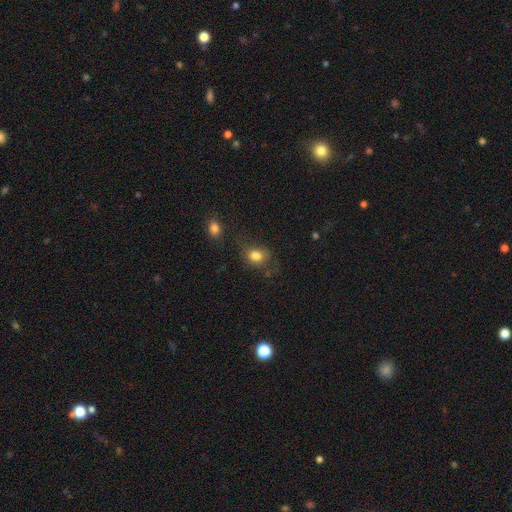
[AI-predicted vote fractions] This is likely a smooth galaxy (79%). How rounded: possibly in between (54%). Merging: possibly none (50%).